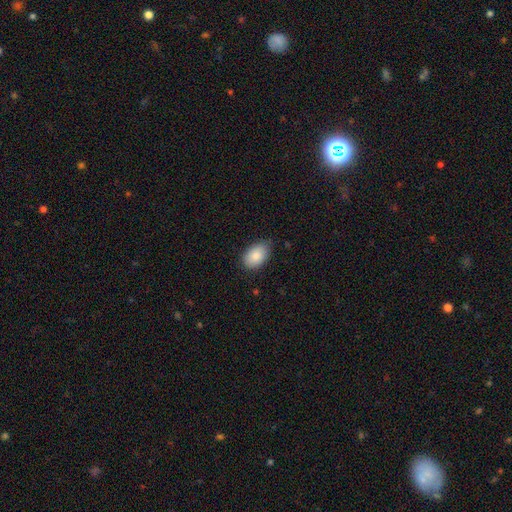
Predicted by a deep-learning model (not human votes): Smooth or featured: smooth — 86% (star or artifact — 7%)
How rounded: in between — 90% (round — 9%)
Merging: none — 75% (minor disturbance — 21%)